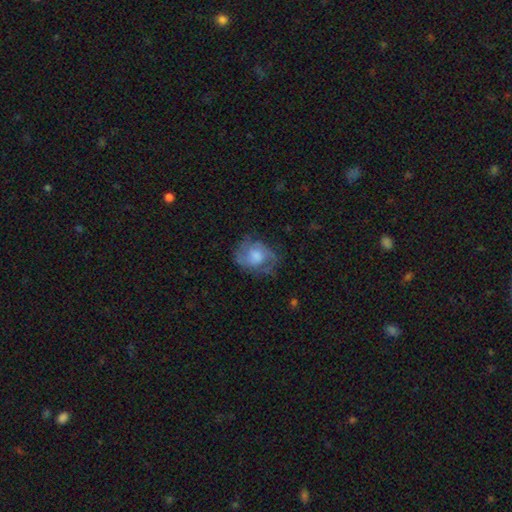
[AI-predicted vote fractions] smooth_or_featured: featured or disk (p=0.52) [alt: smooth p=0.40]
disk_edge_on: no (p=0.97) [alt: yes p=0.03]
bar: no (p=0.73) [alt: weak p=0.23]
has_spiral_arms: yes (p=0.74) [alt: no p=0.26]
bulge_size: moderate (p=0.36) [tied with: large p=0.36]
merging: none (p=0.62) [alt: minor disturbance p=0.23]